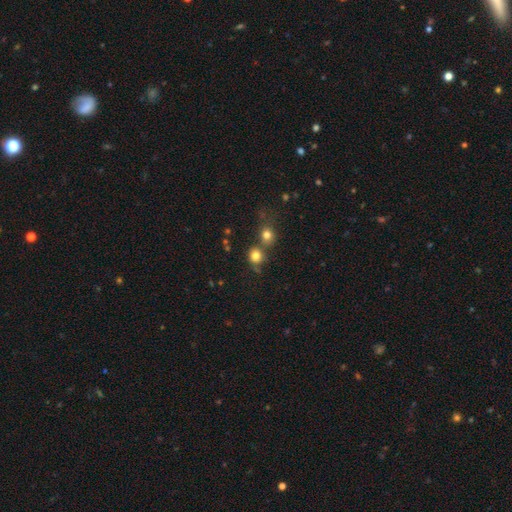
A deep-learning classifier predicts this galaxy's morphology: Q: Smooth or featured?
A: smooth (79%); runner-up: star or artifact (14%)
Q: How rounded?
A: round (86%); runner-up: in between (13%)
Q: Merging?
A: none (60%); runner-up: merger (28%)